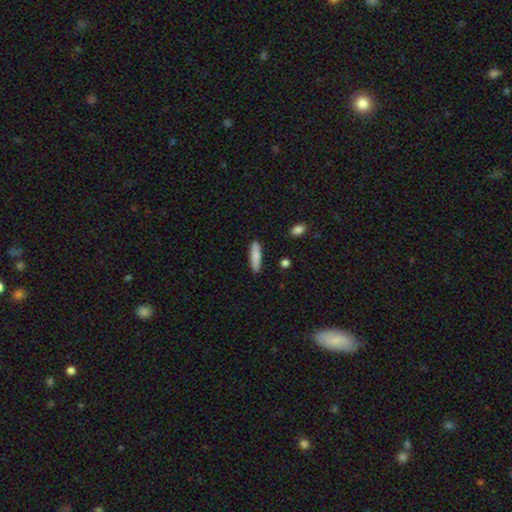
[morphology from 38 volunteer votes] smooth_or_featured: smooth (p=0.82) [alt: featured or disk p=0.13]
how_rounded: cigar-shaped (p=0.87) [alt: in between p=0.13]
merging: none (p=0.94) [alt: major disturbance p=0.06]